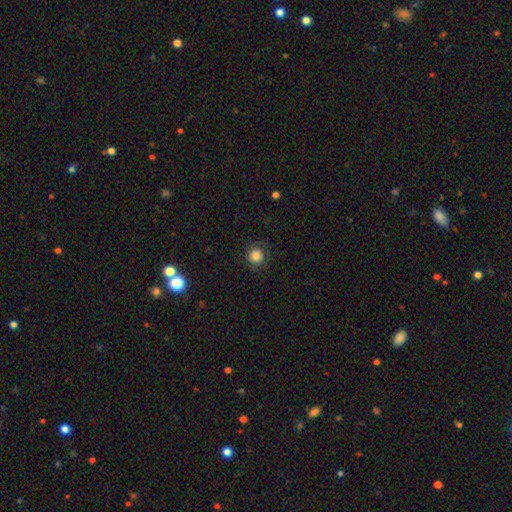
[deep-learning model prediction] smooth-or-featured: smooth: 82% | star or artifact: 11% | featured or disk: 6%
  how-rounded: round: 93% | in between: 6% | cigar-shaped: 1%
  merging: none: 85% | minor disturbance: 10% | major disturbance: 4% | merger: 1%